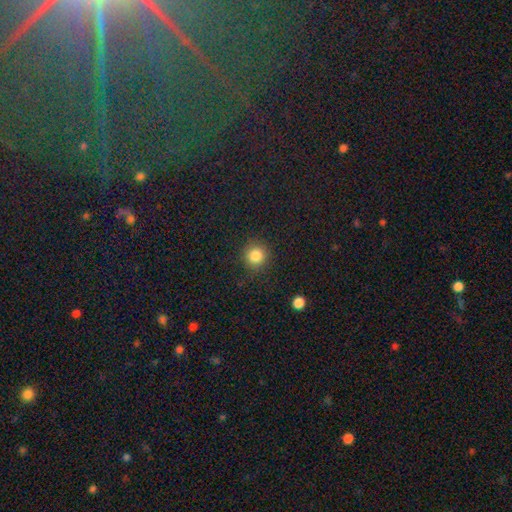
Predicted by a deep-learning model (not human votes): A smooth galaxy with no disk features (84%) that is round (92%).

Vote fractions:
- Smooth or featured? smooth: 84% / star or artifact: 11% / featured or disk: 5%
- How rounded? round: 92% / in between: 7% / cigar-shaped: 1%
- Merging? none: 89% / minor disturbance: 7% / major disturbance: 3% / merger: 1%